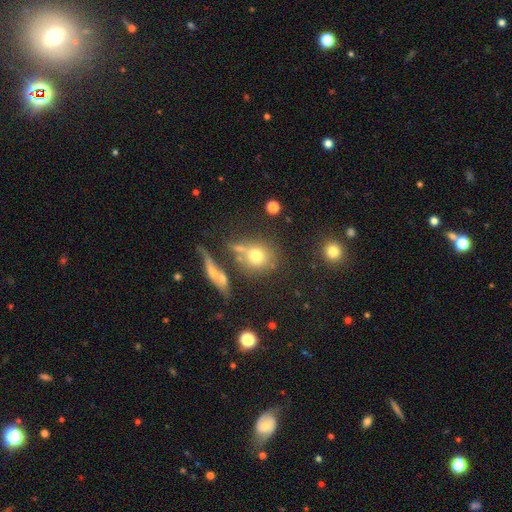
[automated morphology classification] smooth 68%, featured or disk 16%, star or artifact 16%. Down the decision tree: how rounded — round (76%); merging — none (57%).